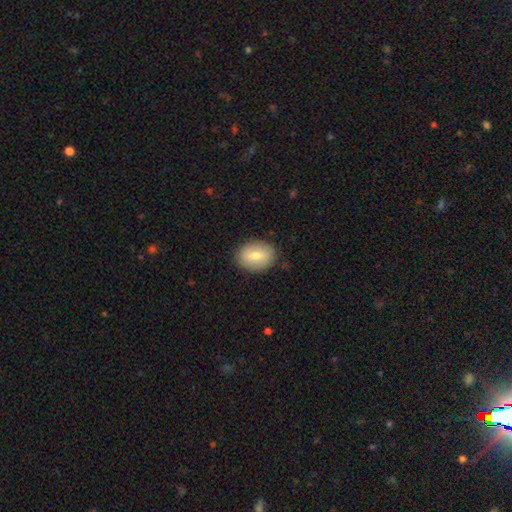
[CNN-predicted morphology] Smooth or featured? Predicted: smooth (p=0.72). How rounded? Predicted: in between (p=0.71). Merging? Predicted: none (p=0.86).